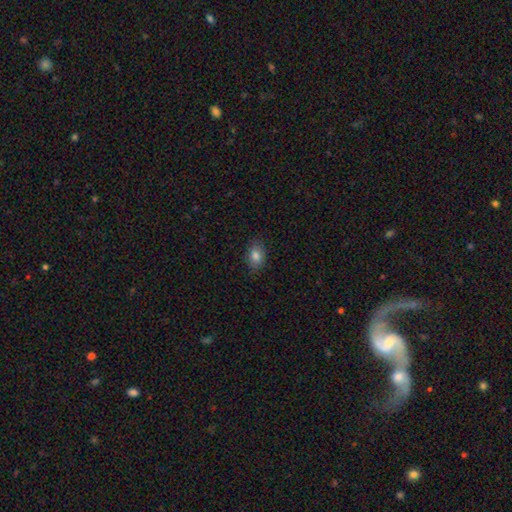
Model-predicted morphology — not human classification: smooth 82%, star or artifact 9%, featured or disk 9%. Down the decision tree: how rounded — in between (79%); merging — none (84%).